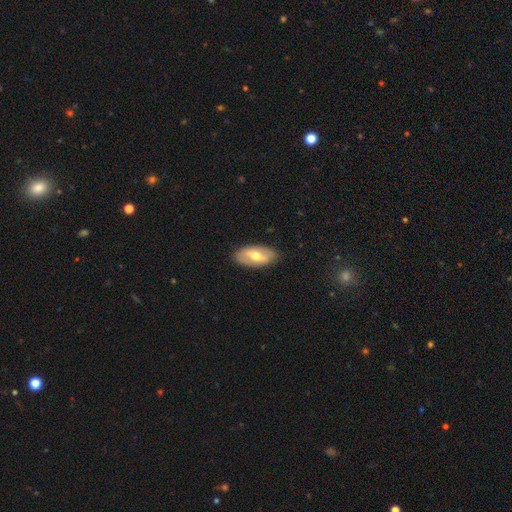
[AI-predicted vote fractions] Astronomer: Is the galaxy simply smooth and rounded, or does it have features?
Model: featured or disk — 54% (runner-up: smooth, 41%).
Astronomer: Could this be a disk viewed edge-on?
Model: no — 85%.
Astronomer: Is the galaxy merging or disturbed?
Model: none — 85%.